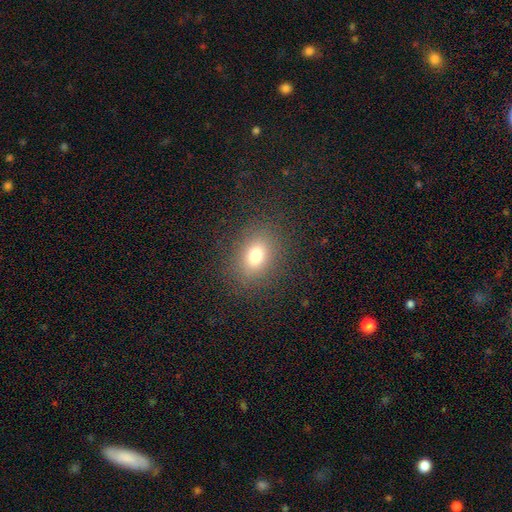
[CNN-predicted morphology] smooth_or_featured: smooth (p=0.74) [alt: star or artifact p=0.14]
how_rounded: in between (p=0.63) [alt: round p=0.35]
merging: none (p=0.84) [alt: minor disturbance p=0.09]